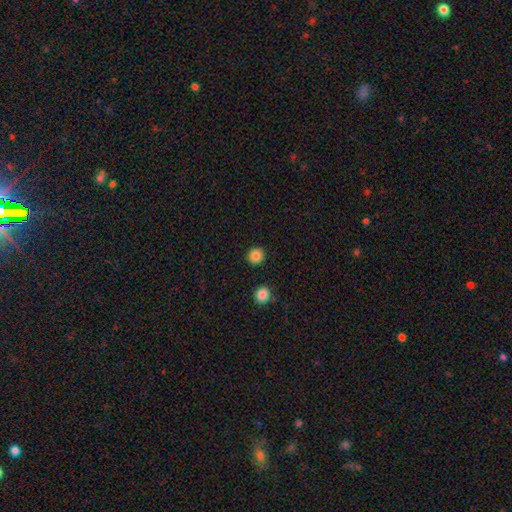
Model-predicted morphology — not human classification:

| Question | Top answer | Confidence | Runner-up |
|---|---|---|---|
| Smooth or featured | smooth | 86% | star or artifact (10%) |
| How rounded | round | 92% | in between (7%) |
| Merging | none | 91% | minor disturbance (5%) |